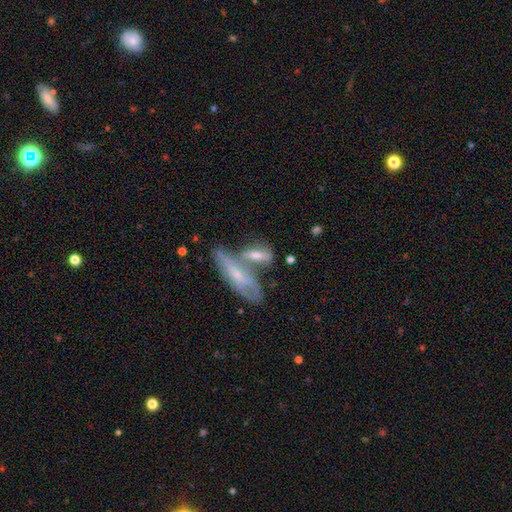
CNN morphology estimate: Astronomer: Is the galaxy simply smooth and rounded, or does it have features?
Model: featured or disk — 51% (runner-up: smooth, 41%).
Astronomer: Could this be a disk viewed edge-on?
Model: no — 50%, tied with yes at 50%.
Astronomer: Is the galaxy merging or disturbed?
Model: merger — 48% (runner-up: none, 35%).